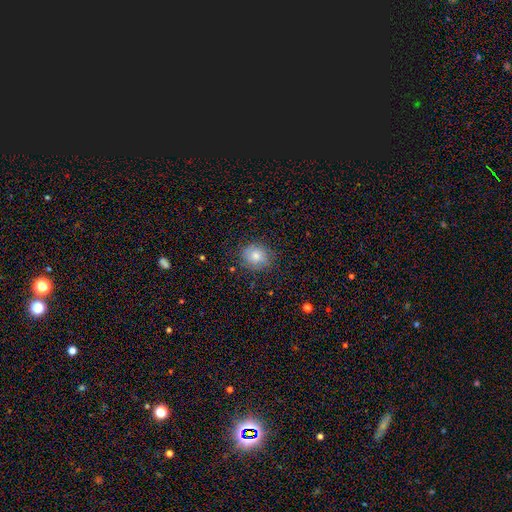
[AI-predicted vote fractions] Smooth or featured: smooth — 70% (featured or disk — 18%)
How rounded: round — 75% (in between — 24%)
Merging: none — 81% (minor disturbance — 14%)